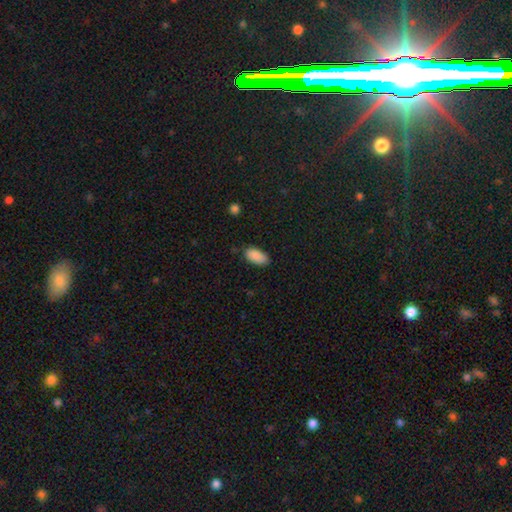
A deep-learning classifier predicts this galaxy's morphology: This appears to be a smooth galaxy with no disk features (89%) that is in between round and cigar-shaped (94%). Merging: none (77%).